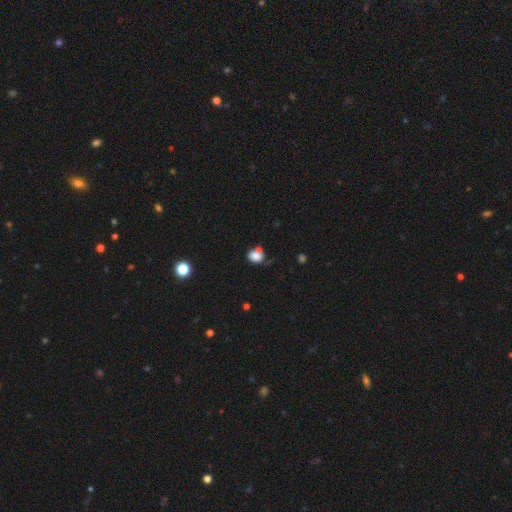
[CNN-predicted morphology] Smooth or featured: smooth — 79% (star or artifact — 11%)
How rounded: round — 50% (in between — 49%)
Merging: none — 43% (merger — 25%)